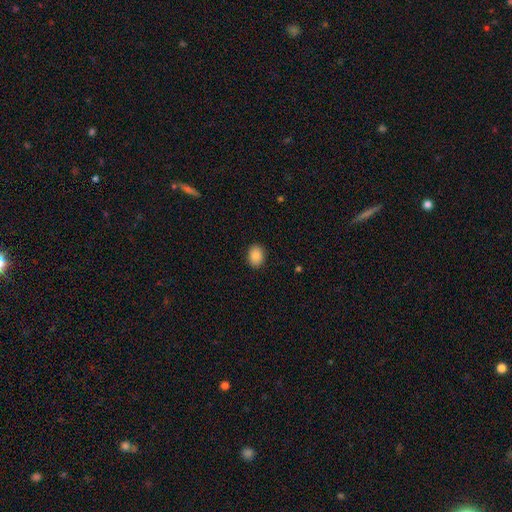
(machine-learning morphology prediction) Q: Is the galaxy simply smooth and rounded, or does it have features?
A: smooth — 88%.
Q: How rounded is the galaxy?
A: in between — 66%.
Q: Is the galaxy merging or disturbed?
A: none — 90%.